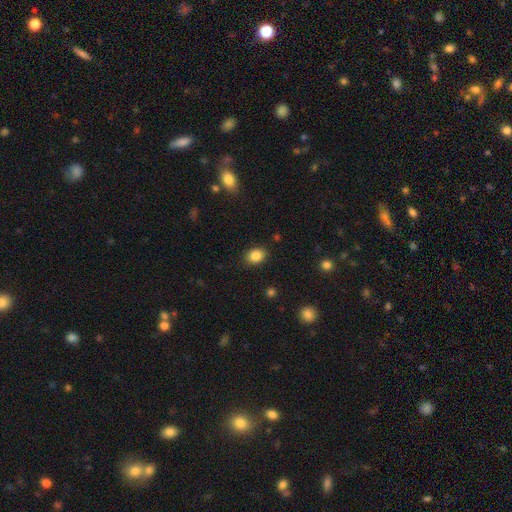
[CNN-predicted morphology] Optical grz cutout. It shows a smooth galaxy with no disk features (86%) that is in between round and cigar-shaped (62%). Merging: none (86%).